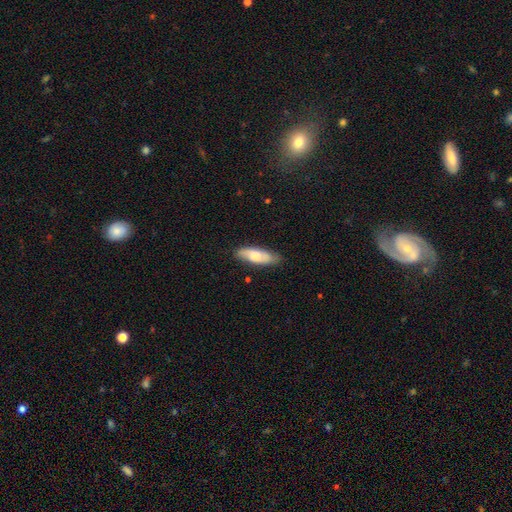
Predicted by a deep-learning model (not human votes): This is likely a smooth galaxy (69%). How rounded: possibly in between (57%). Merging: clearly none (81%).